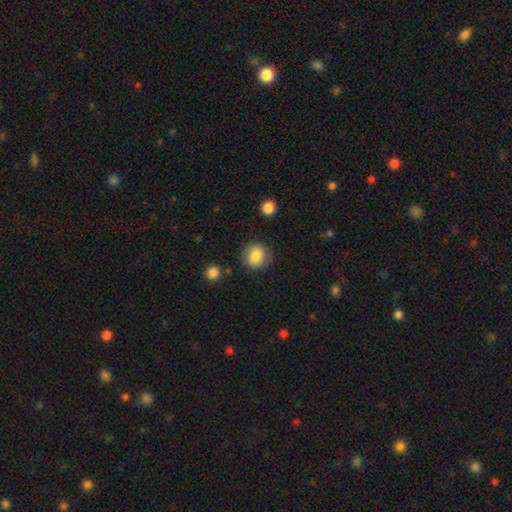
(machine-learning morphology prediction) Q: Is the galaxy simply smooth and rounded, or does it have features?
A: smooth — 86%.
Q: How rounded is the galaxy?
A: round — 84%.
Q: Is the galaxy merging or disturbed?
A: none — 84%.